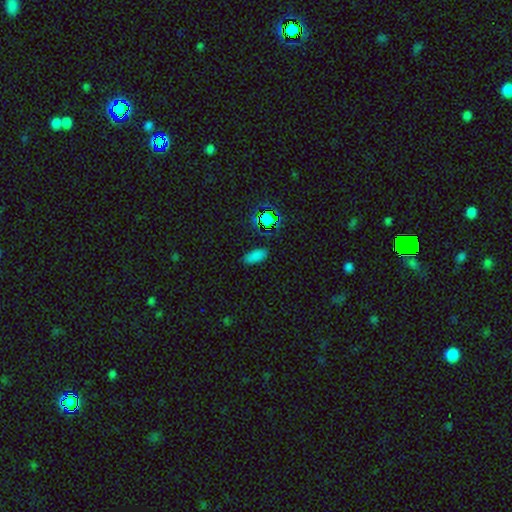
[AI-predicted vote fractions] Smooth or featured: smooth — 74% (star or artifact — 21%)
How rounded: in between — 87% (cigar-shaped — 10%)
Merging: none — 85% (minor disturbance — 10%)